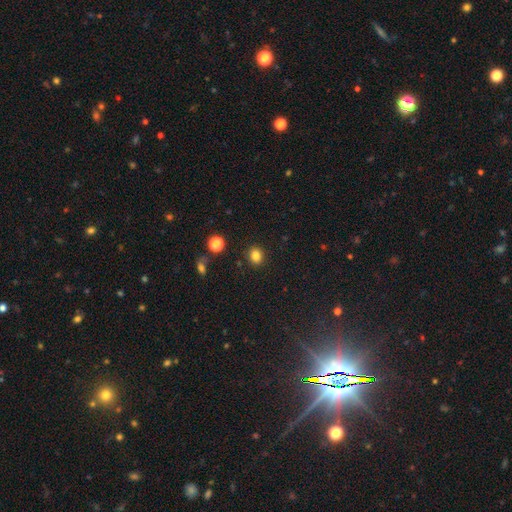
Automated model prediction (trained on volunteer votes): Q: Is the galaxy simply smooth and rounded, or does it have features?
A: smooth — 83%.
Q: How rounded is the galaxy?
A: round — 70%.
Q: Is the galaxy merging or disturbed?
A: none — 88%.